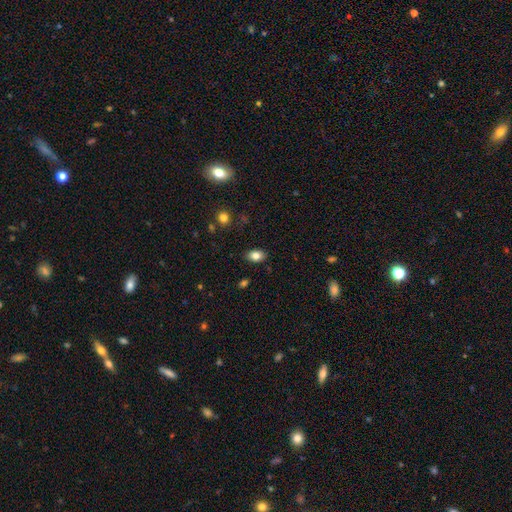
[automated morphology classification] smooth_or_featured: smooth (p=0.82) [alt: star or artifact p=0.09]
how_rounded: in between (p=0.86) [alt: round p=0.13]
merging: none (p=0.87) [alt: minor disturbance p=0.10]